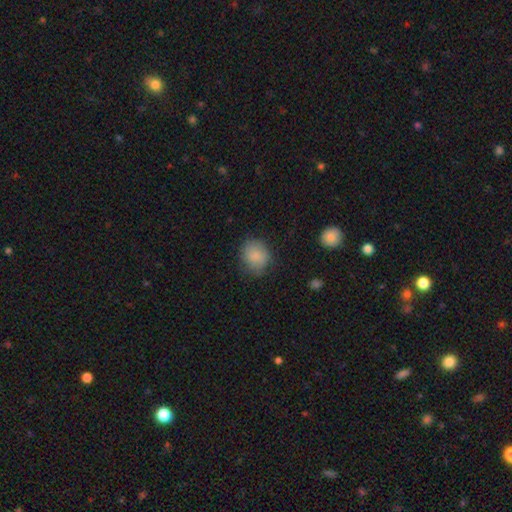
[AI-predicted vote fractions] smooth-or-featured: smooth: 84% | featured or disk: 8% | star or artifact: 8%
  how-rounded: round: 74% | in between: 26% | cigar-shaped: 1%
  merging: none: 74% | minor disturbance: 20% | major disturbance: 5% | merger: 1%